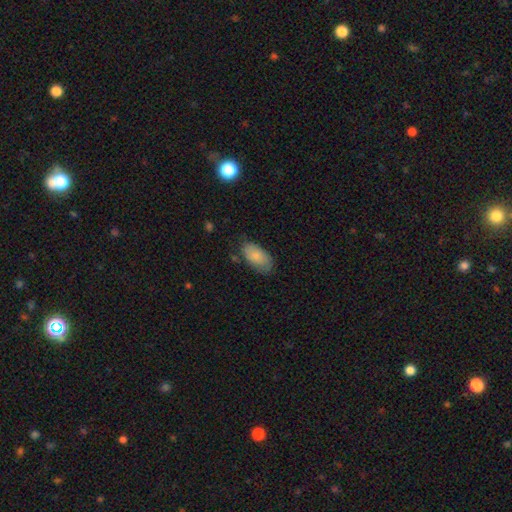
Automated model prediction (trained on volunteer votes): Overall: smooth (81%). How rounded: in between (94%). Merging: none (72%).